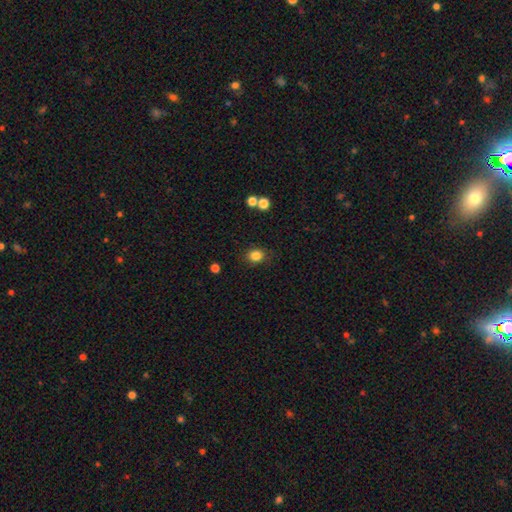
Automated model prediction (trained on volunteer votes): Smooth or featured? Predicted: smooth (p=0.84). How rounded? Predicted: round (p=0.64). Merging? Predicted: none (p=0.83).